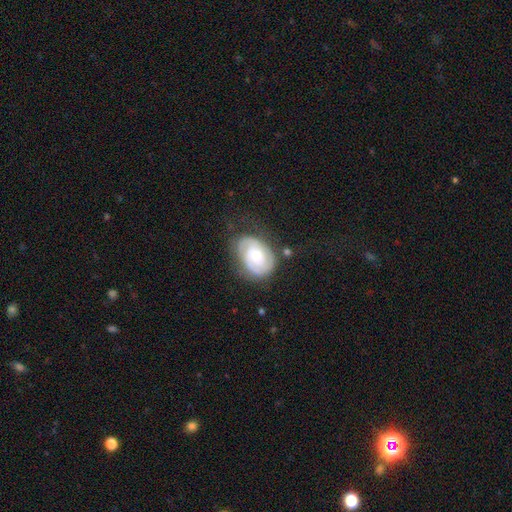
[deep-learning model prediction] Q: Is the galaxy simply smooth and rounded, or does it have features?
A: featured or disk — 76%.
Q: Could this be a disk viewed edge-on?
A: no — 97%.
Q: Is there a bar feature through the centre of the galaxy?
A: no — 65%.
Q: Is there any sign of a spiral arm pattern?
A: yes — 92%.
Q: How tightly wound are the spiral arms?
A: tight — 66%.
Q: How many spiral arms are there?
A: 2 — 53%.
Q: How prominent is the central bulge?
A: moderate — 58%.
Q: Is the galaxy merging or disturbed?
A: none — 64%.